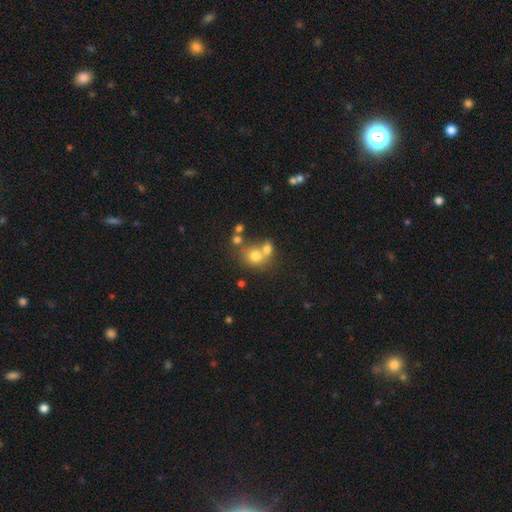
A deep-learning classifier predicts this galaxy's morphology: A smooth galaxy with no disk features (71%) that is round (71%). Merging: merger (49%).